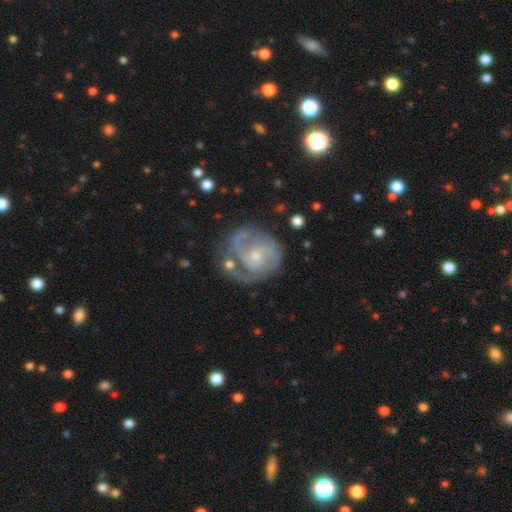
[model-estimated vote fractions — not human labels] A featured or disk galaxy (84%) with no bar (65%), 2 (56%) tight (49%) spiral arms (94%) and a small central bulge (59%). Merging: none (58%).